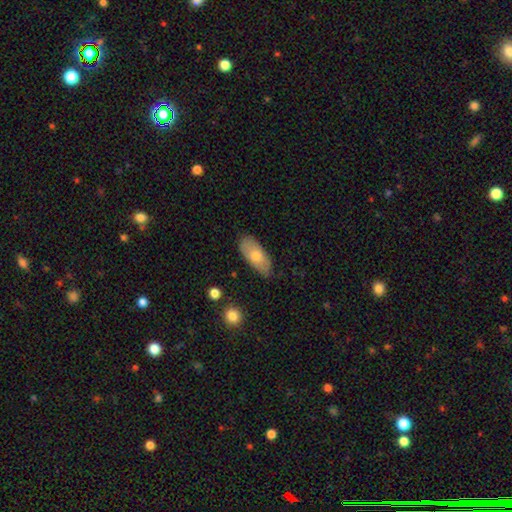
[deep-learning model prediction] Q: Smooth or featured?
A: smooth (71%); runner-up: featured or disk (23%)
Q: How rounded?
A: in between (86%); runner-up: cigar-shaped (11%)
Q: Merging?
A: none (79%); runner-up: minor disturbance (16%)